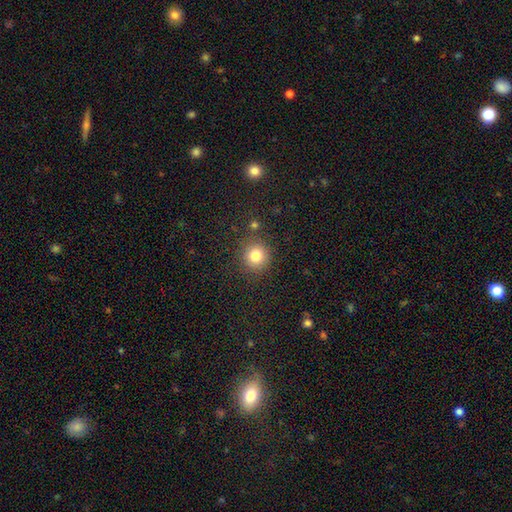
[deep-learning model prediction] Q: Smooth or featured?
A: smooth (81%); runner-up: star or artifact (13%)
Q: How rounded?
A: round (91%); runner-up: in between (8%)
Q: Merging?
A: none (86%); runner-up: minor disturbance (8%)